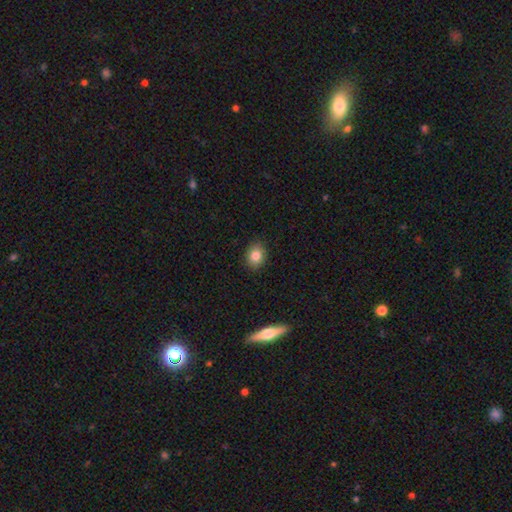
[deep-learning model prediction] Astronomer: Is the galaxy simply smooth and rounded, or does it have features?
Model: smooth — 83%.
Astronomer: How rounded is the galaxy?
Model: in between — 51% (runner-up: round, 48%).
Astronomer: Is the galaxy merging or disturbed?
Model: none — 89%.